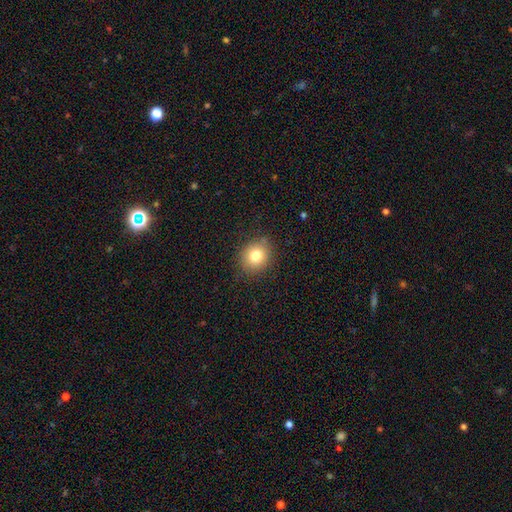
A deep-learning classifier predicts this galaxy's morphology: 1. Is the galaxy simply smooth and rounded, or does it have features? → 78% smooth, 12% star or artifact, 10% featured or disk.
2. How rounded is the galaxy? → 77% round, 22% in between, 1% cigar-shaped.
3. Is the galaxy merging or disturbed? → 86% none, 10% minor disturbance, 3% major disturbance, 1% merger.